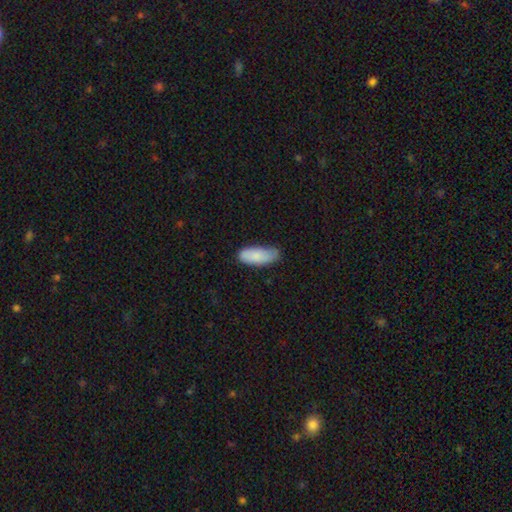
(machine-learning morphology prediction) smooth_or_featured: smooth (p=0.84) [alt: featured or disk p=0.09]
how_rounded: in between (p=0.78) [alt: cigar-shaped p=0.21]
merging: none (p=0.63) [alt: minor disturbance p=0.30]